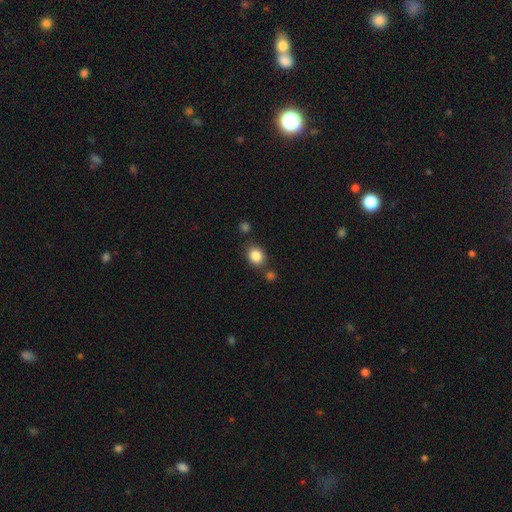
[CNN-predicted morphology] Smooth or featured: smooth — 86% (star or artifact — 9%)
How rounded: round — 54% (in between — 45%)
Merging: none — 73% (minor disturbance — 12%)